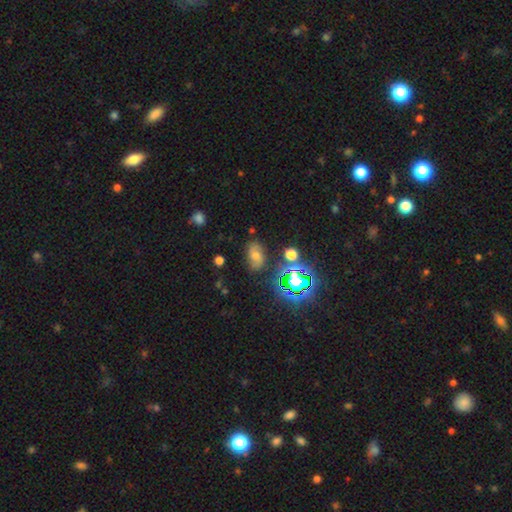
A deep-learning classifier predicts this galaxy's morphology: Smooth or featured: smooth — 39% (star or artifact — 37%)
Merging: none — 72% (minor disturbance — 18%)